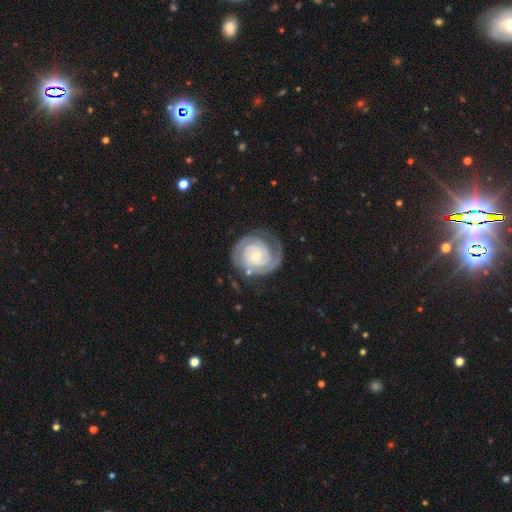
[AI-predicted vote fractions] Smooth or featured? featured or disk (86%)
Edge-on disk? no (98%)
Bar? no (63%)
Spiral arms? yes (97%)
Spiral winding? tight (76%)
Spiral arm count? 2 (58%)
Bulge size? small (65%)
Merging? none (69%)